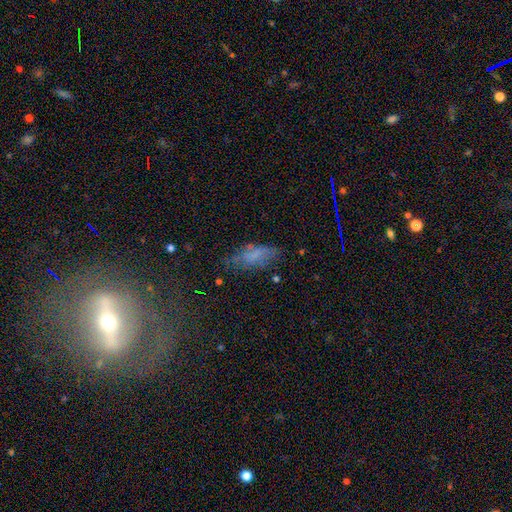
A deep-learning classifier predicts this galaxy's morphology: Smooth or featured?
  - smooth: 54% *
  - featured or disk: 29%
  - star or artifact: 17%
How rounded?
  - in between: 69% *
  - cigar-shaped: 28%
  - round: 3%
Merging?
  - none: 51% *
  - minor disturbance: 27%
  - major disturbance: 17%
  - merger: 4%